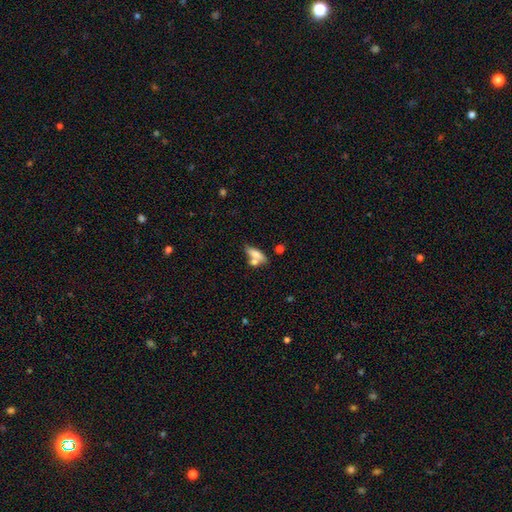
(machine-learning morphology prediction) Overall: smooth (70%). How rounded: in between (58%; cigar-shaped 38%). Merging: none (45%; merger 37%).